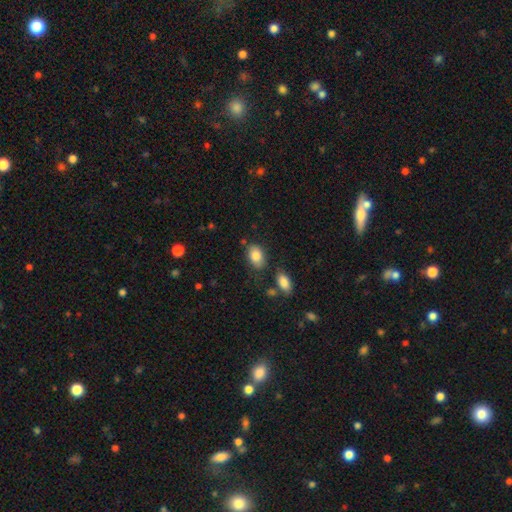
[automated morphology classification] Q: Smooth or featured?
A: smooth (85%); runner-up: featured or disk (8%)
Q: How rounded?
A: in between (88%); runner-up: round (11%)
Q: Merging?
A: none (73%); runner-up: minor disturbance (17%)